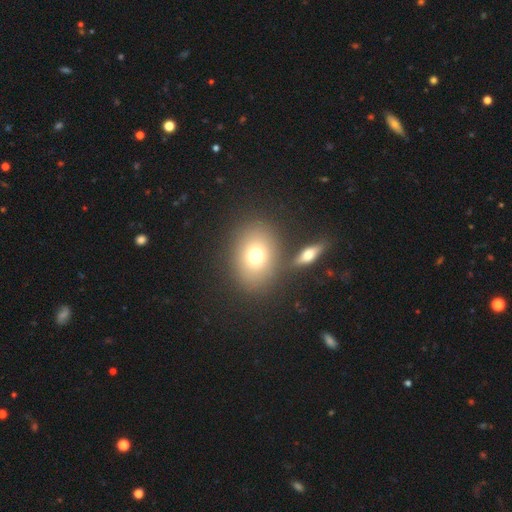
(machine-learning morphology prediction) This is likely a smooth galaxy (72%). How rounded: possibly in between (59%). Merging: likely none (73%).